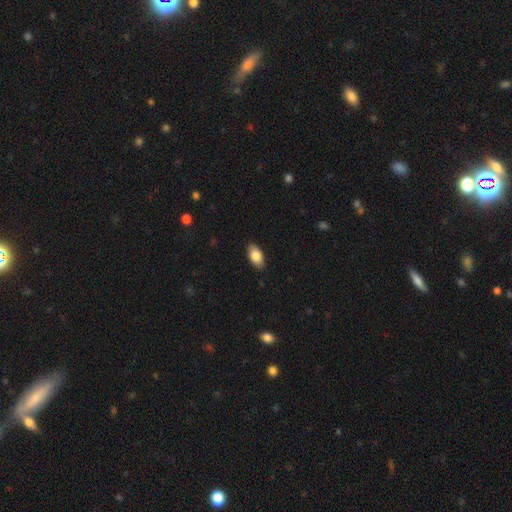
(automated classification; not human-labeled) smooth-or-featured: smooth: 83% | featured or disk: 10% | star or artifact: 7%
  how-rounded: in between: 92% | cigar-shaped: 4% | round: 4%
  merging: none: 87% | minor disturbance: 10% | major disturbance: 2% | merger: 1%